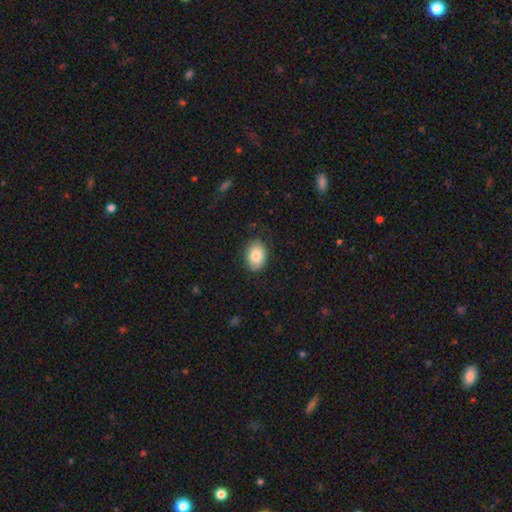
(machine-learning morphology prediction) Smooth or featured? smooth (84%)
How rounded? in between (72%)
Merging? none (81%)